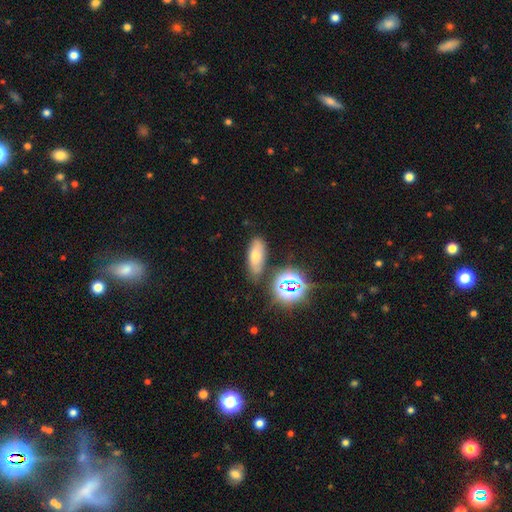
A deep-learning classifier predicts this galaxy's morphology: The model was most divided on "smooth or featured": smooth: 47%, star or artifact: 32%, featured or disk: 21%. More confident: merging — none (74%).